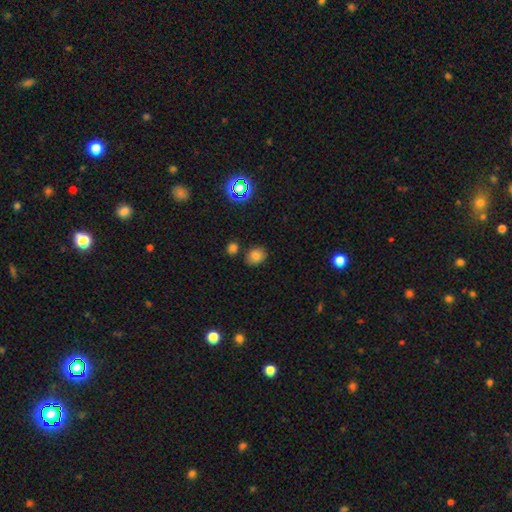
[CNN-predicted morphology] smooth 77%, star or artifact 15%, featured or disk 7%. Down the decision tree: how rounded — round (54%); merging — none (78%).